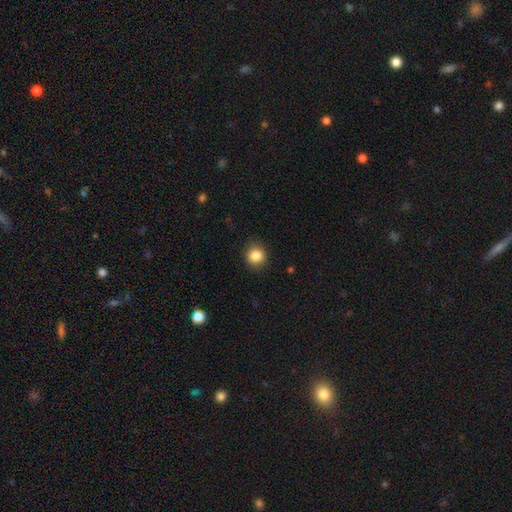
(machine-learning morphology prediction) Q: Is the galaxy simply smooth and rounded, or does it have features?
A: smooth — 86%.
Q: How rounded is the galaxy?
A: round — 88%.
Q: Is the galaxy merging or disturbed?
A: none — 88%.